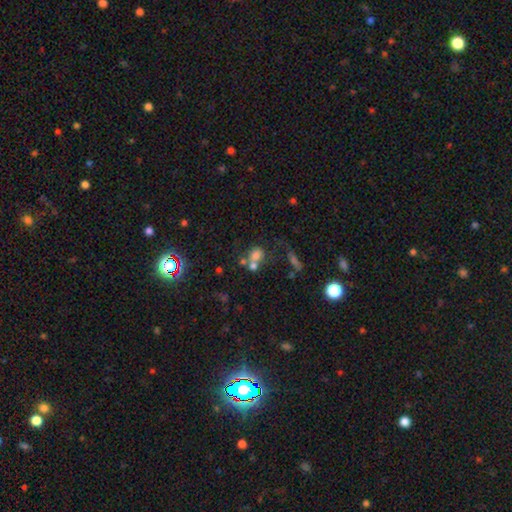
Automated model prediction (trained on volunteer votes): Morphology: type=smooth (65%); roundness=round (64%); merging=merger (50%).